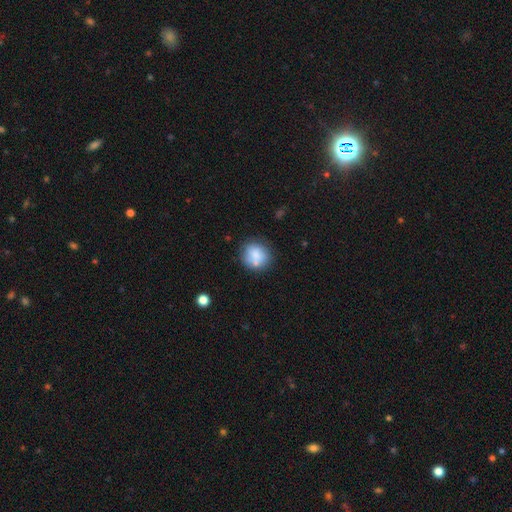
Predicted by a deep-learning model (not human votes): smooth-or-featured: smooth: 77% | featured or disk: 15% | star or artifact: 9%
  how-rounded: round: 79% | in between: 20% | cigar-shaped: 1%
  merging: none: 62% | minor disturbance: 18% | merger: 13% | major disturbance: 6%